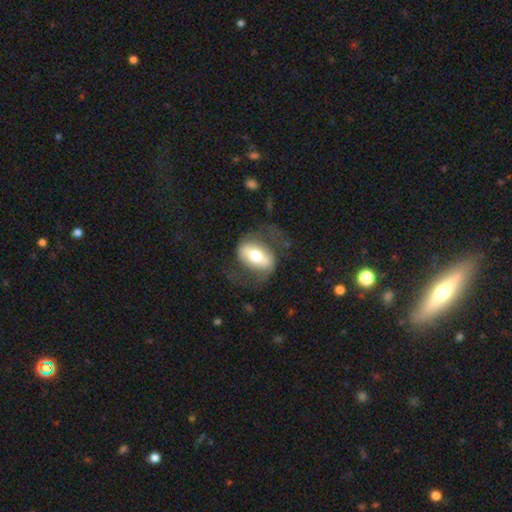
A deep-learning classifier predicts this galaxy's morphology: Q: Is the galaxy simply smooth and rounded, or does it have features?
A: featured or disk — 65%.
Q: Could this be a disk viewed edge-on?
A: no — 91%.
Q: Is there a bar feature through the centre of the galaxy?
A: strong — 53%.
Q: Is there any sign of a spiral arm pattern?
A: yes — 65%.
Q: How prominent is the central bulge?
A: moderate — 65%.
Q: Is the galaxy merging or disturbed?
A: none — 59%.